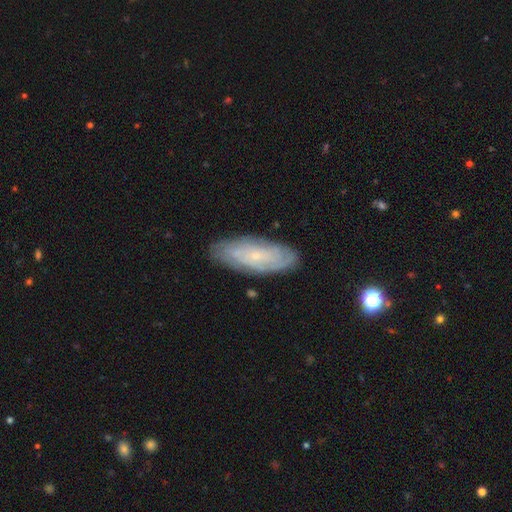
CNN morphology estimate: A featured or disk galaxy (61%) with no bar (76%), spiral arms (79%) and a small central bulge (83%). Merging: none (83%).